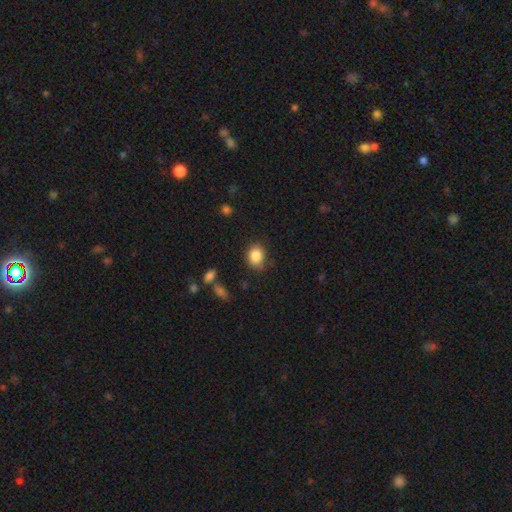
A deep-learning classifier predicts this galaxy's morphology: Smooth or featured? Predicted: smooth (p=0.86). How rounded? Predicted: round (p=0.53). Merging? Predicted: none (p=0.75).